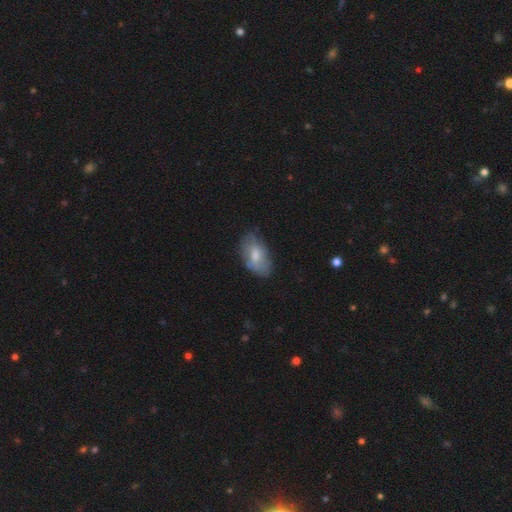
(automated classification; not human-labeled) Smooth or featured? smooth (68%)
How rounded? in between (93%)
Merging? none (66%)